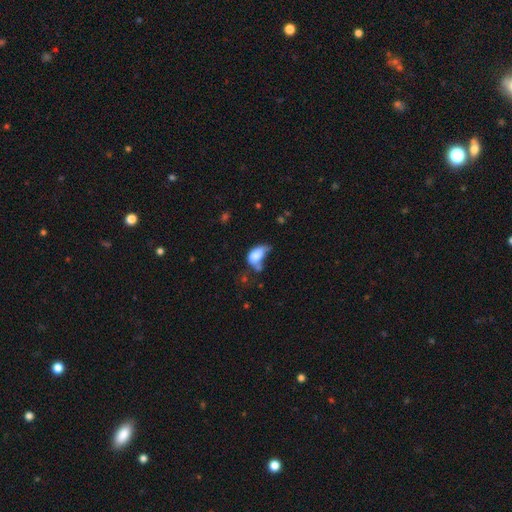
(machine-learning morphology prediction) smooth_or_featured: smooth (p=0.75) [alt: featured or disk p=0.15]
how_rounded: in between (p=0.89) [alt: round p=0.08]
merging: major disturbance (p=0.32) [alt: minor disturbance p=0.27]